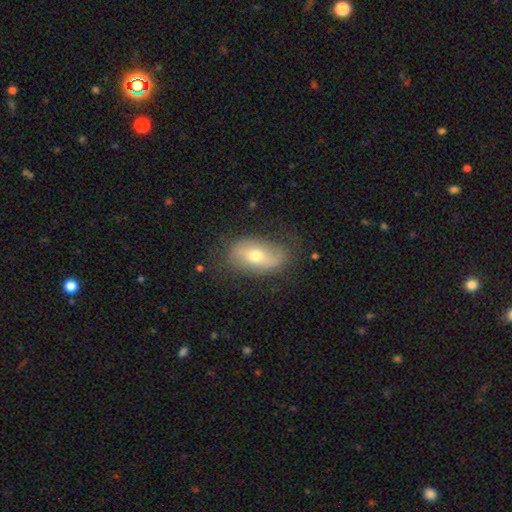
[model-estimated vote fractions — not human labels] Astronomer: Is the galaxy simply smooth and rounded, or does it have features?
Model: smooth — 53% (runner-up: featured or disk, 39%).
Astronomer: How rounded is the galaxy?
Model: in between — 89%.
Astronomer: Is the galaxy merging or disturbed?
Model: none — 68%.